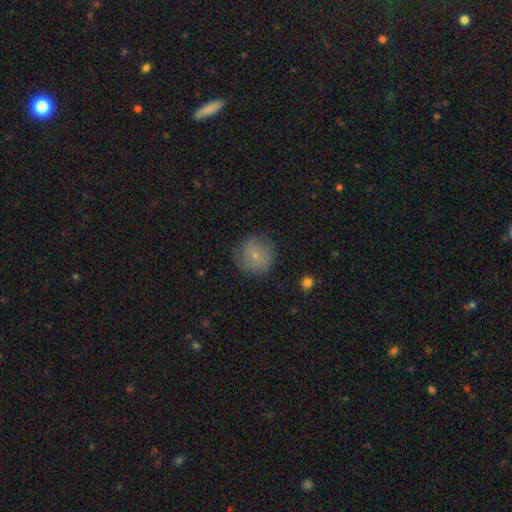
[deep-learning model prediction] A smooth galaxy with no disk features (75%) that is round (92%). Merging: none (78%).